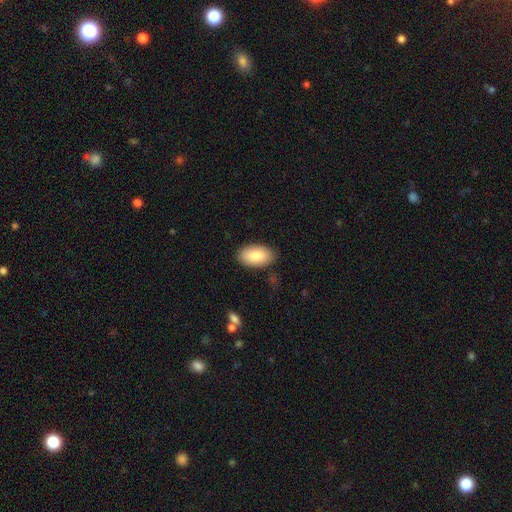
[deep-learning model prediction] Smooth or featured: smooth — 83% (featured or disk — 11%)
How rounded: in between — 95% (round — 4%)
Merging: none — 85% (minor disturbance — 11%)